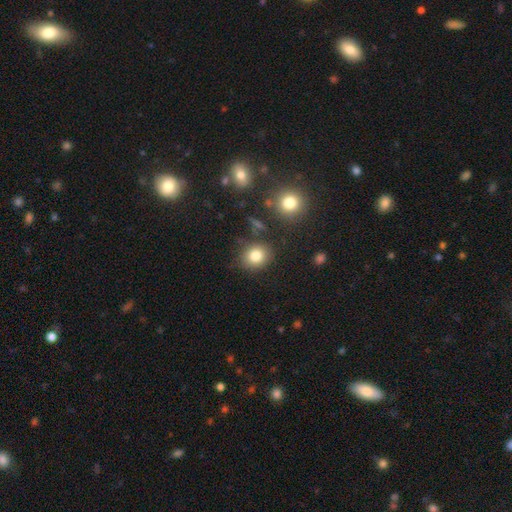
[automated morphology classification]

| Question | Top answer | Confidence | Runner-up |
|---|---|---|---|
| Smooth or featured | smooth | 81% | star or artifact (11%) |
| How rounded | round | 73% | in between (26%) |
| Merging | none | 82% | minor disturbance (11%) |